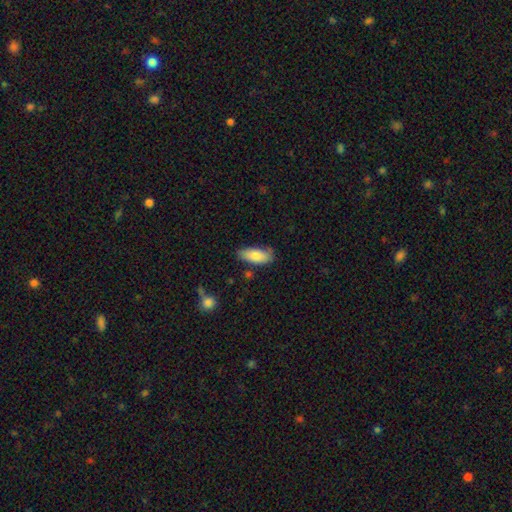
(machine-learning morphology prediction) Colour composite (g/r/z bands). It shows a smooth galaxy with no disk features (81%) that is in between round and cigar-shaped (83%). Merging: none (73%).